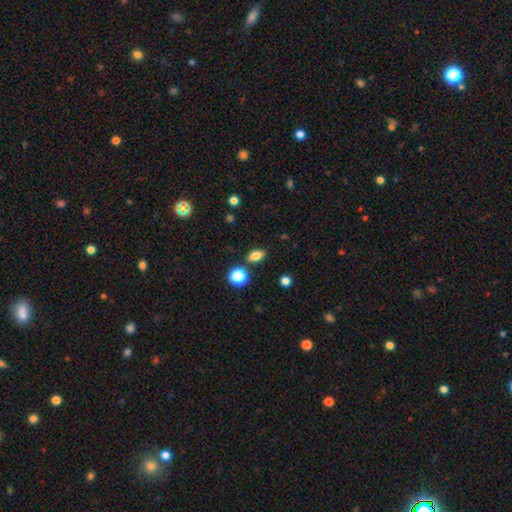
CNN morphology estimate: This is likely a smooth galaxy (77%). How rounded: likely in between (78%). Merging: clearly none (85%).